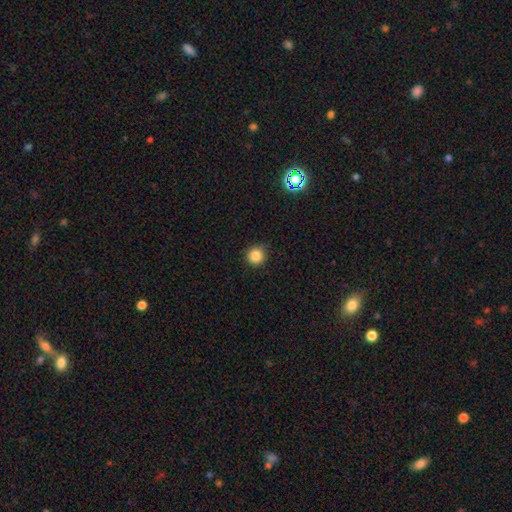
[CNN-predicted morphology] type=smooth (84%); roundness=round (94%); merging=none (82%).